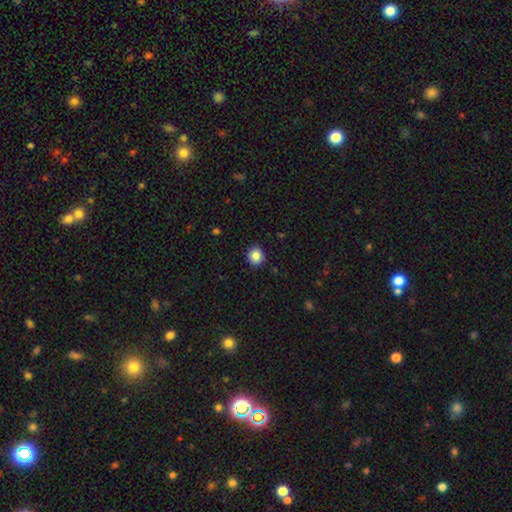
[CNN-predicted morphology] A smooth galaxy with no disk features (87%) that is round (83%).

Vote fractions:
- Smooth or featured? smooth: 87% / star or artifact: 9% / featured or disk: 3%
- How rounded? round: 83% / in between: 16% / cigar-shaped: 1%
- Merging? none: 89% / minor disturbance: 8% / major disturbance: 2% / merger: 1%